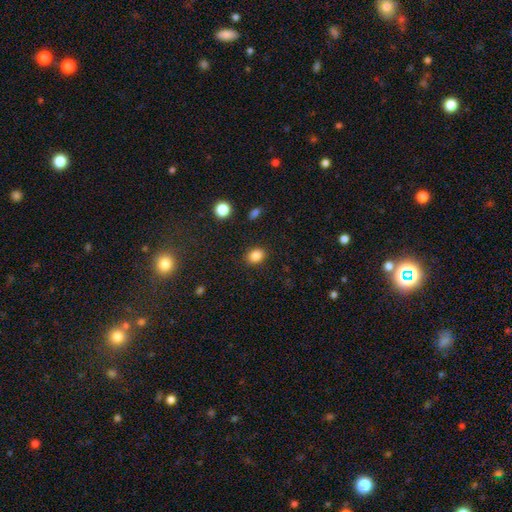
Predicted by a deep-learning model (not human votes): The model was most divided on "how rounded": in between: 52%, round: 47%, cigar-shaped: 1%. More confident: merging — none (87%); smooth or featured — smooth (85%).